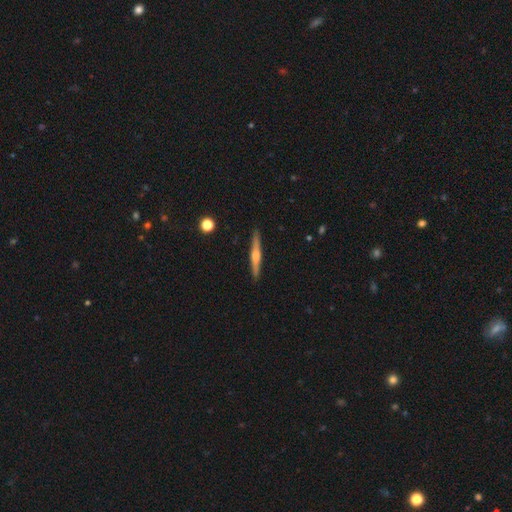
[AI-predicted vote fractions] Overall: featured or disk (65%; smooth 29%). Edge-on disk: yes (98%). Edge-on bulge: rounded (74%). Merging: none (91%).